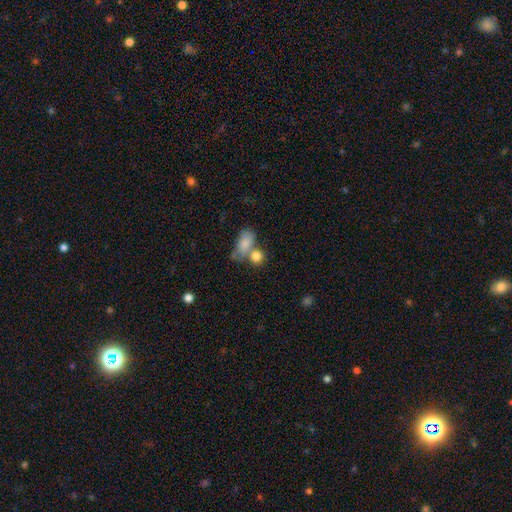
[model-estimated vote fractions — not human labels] smooth 82%, featured or disk 9%, star or artifact 9%. Down the decision tree: how rounded — round (59%); merging — merger (45%).